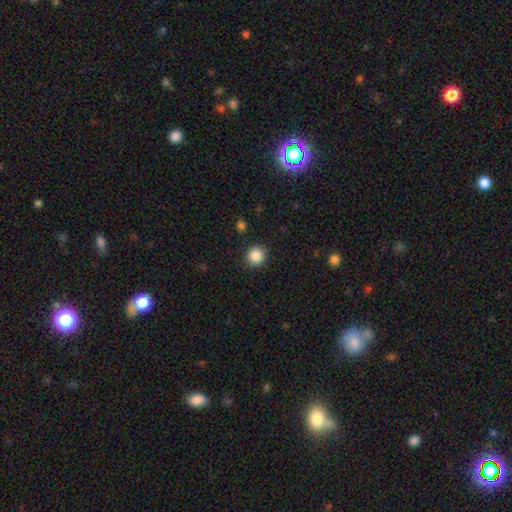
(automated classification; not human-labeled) Smooth or featured? smooth (87%)
How rounded? round (89%)
Merging? none (90%)